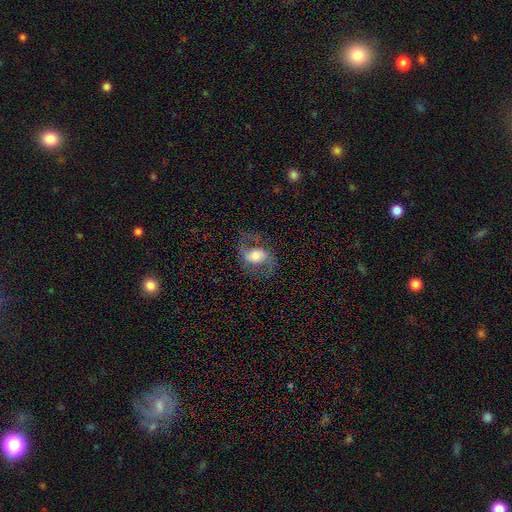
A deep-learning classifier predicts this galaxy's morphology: A featured or disk galaxy (62%) with no bar (44%), spiral arms (82%) and a moderate central bulge (59%).

Vote fractions:
- Smooth or featured? featured or disk: 62% / smooth: 30% / star or artifact: 8%
- Edge-on disk? no: 94% / yes: 6%
- Bar? no: 44% / weak: 35% / strong: 21%
- Spiral arms? yes: 82% / no: 18%
- Bulge size? moderate: 59% / large: 24% / small: 13% / dominant: 3% / none: 2%
- Merging? none: 68% / minor disturbance: 17% / major disturbance: 14% / merger: 1%